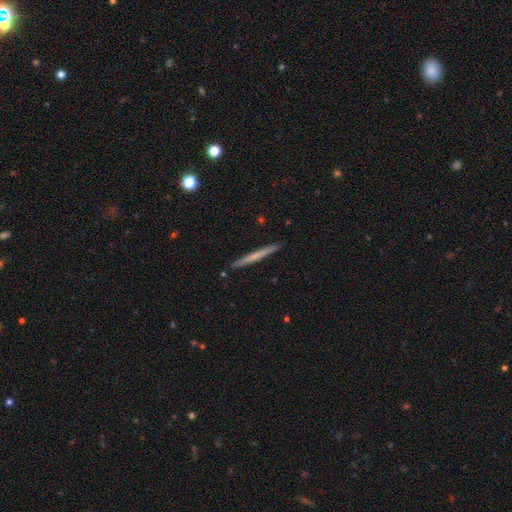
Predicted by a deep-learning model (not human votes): Overall: smooth (52%; featured or disk 43%). How rounded: cigar-shaped (97%). Merging: none (92%).